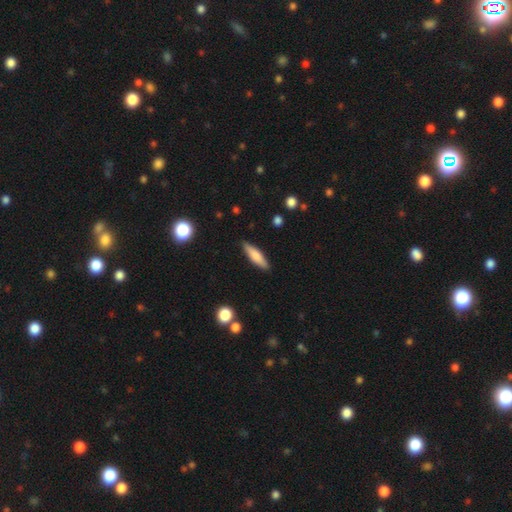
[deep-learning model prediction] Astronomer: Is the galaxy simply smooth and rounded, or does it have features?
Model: smooth — 71%.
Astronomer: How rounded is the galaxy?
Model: cigar-shaped — 70%.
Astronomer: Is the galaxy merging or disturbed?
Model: none — 88%.